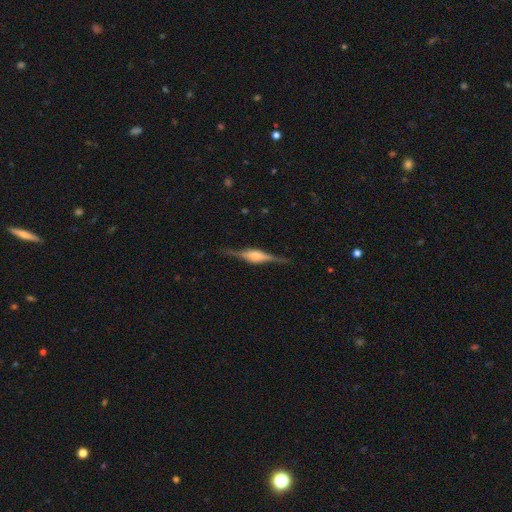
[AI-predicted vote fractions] featured or disk 82%, smooth 12%, star or artifact 6%. Down the decision tree: edge-on disk — yes (97%); edge-on bulge — rounded (69%); merging — none (84%).